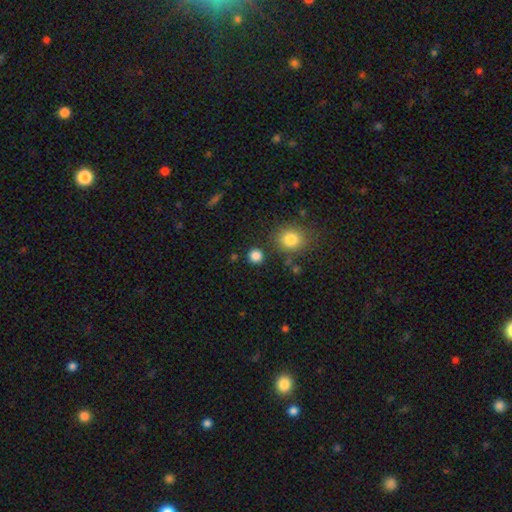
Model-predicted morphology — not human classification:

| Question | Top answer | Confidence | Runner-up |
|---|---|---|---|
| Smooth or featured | smooth | 84% | star or artifact (12%) |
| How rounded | round | 91% | in between (8%) |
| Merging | none | 86% | minor disturbance (7%) |